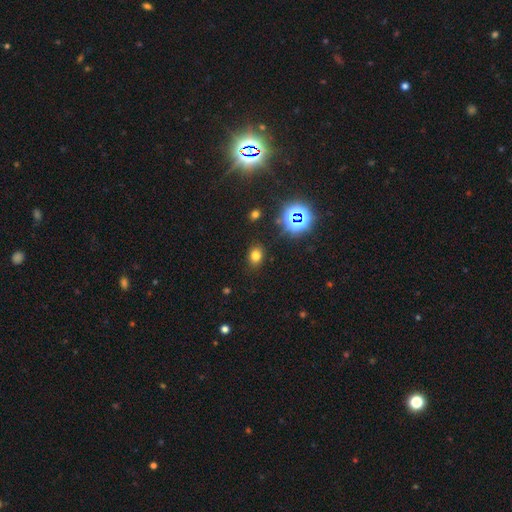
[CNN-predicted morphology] The model was most divided on "how rounded": in between: 53%, round: 46%, cigar-shaped: 1%. More confident: merging — none (86%); smooth or featured — smooth (71%).